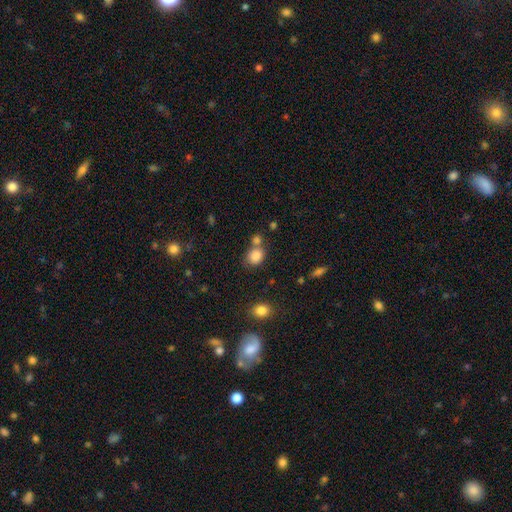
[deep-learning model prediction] Smooth or featured? Predicted: smooth (p=0.84). How rounded? Predicted: round (p=0.60). Merging? Predicted: none (p=0.52).